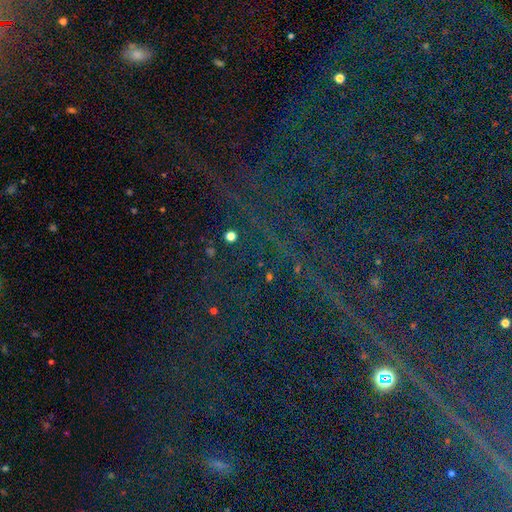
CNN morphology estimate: The model was most divided on "smooth or featured": star or artifact: 85%, featured or disk: 7%, smooth: 7%.